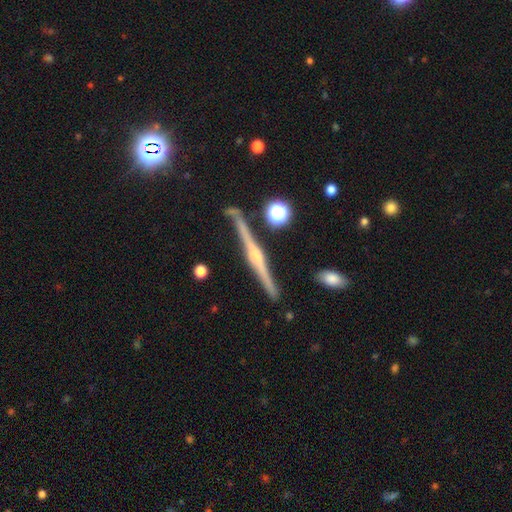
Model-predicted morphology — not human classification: smooth_or_featured: featured or disk (p=0.84) [alt: smooth p=0.09]
disk_edge_on: yes (p=0.98) [alt: no p=0.02]
edge_on_bulge: rounded (p=0.84) [alt: boxy p=0.08]
merging: none (p=0.87) [alt: minor disturbance p=0.08]